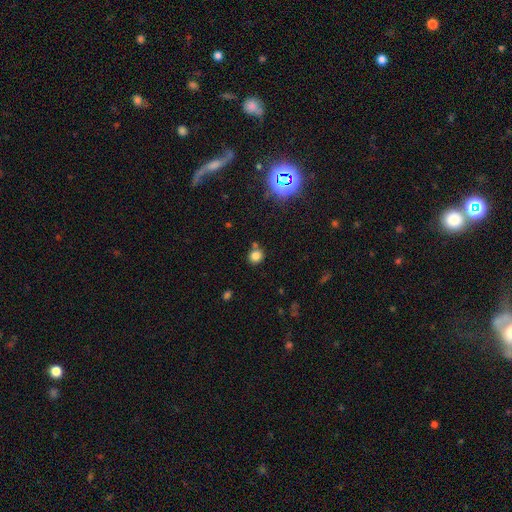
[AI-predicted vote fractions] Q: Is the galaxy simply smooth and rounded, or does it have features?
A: smooth — 79%.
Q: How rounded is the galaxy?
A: round — 84%.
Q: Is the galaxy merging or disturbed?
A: none — 74%.